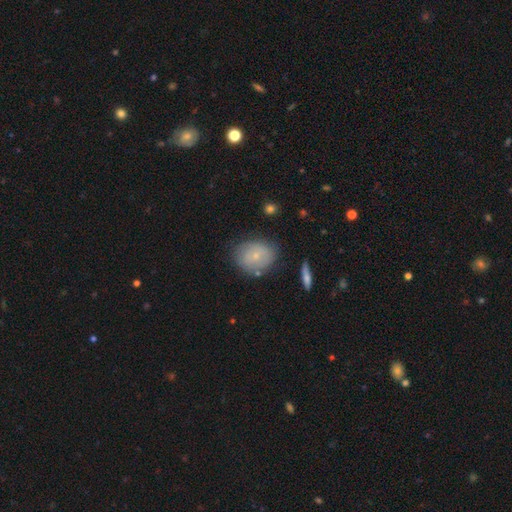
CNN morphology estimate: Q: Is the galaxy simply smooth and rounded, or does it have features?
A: smooth — 60%.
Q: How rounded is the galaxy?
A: round — 53%.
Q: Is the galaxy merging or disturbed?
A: none — 71%.